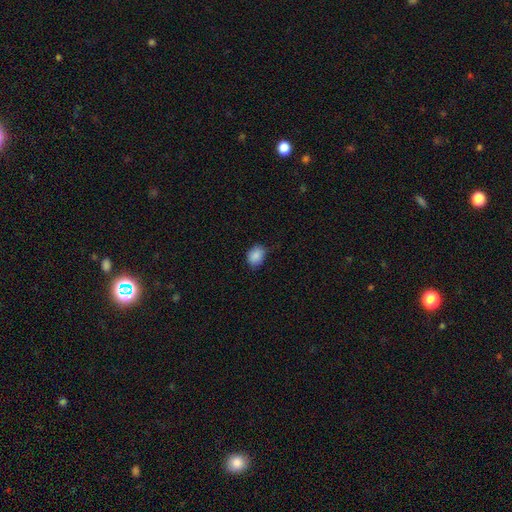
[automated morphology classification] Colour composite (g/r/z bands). It shows a smooth galaxy with no disk features (88%) that is in between round and cigar-shaped (62%). Merging: none (72%).